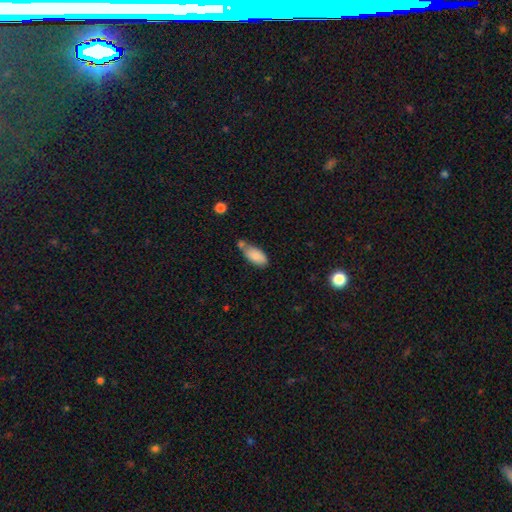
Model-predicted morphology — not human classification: A smooth galaxy with no disk features (86%) that is in between round and cigar-shaped (89%).

Vote fractions:
- Smooth or featured? smooth: 86% / star or artifact: 7% / featured or disk: 7%
- How rounded? in between: 89% / cigar-shaped: 8% / round: 2%
- Merging? none: 46% / merger: 28% / minor disturbance: 21% / major disturbance: 6%